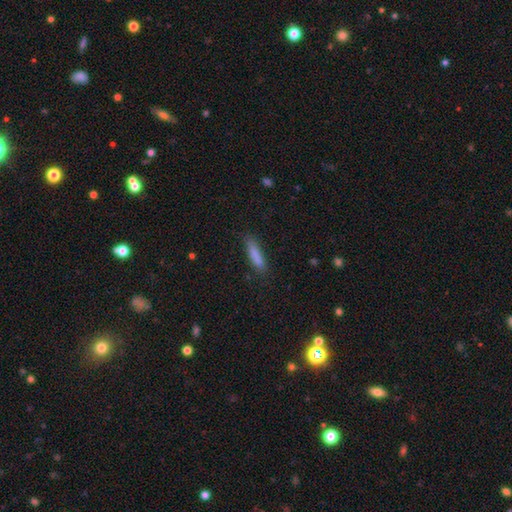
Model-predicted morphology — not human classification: smooth-or-featured: smooth: 84% | featured or disk: 9% | star or artifact: 7%
  how-rounded: cigar-shaped: 76% | in between: 22% | round: 2%
  merging: none: 80% | minor disturbance: 15% | major disturbance: 4% | merger: 2%